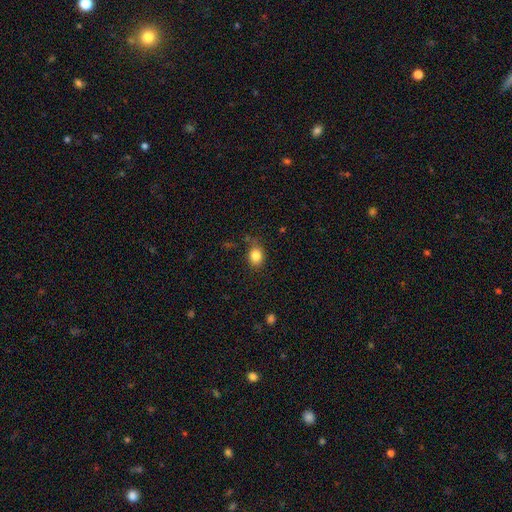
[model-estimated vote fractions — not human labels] Morphology: type=smooth (83%); roundness=round (57%); merging=none (73%).